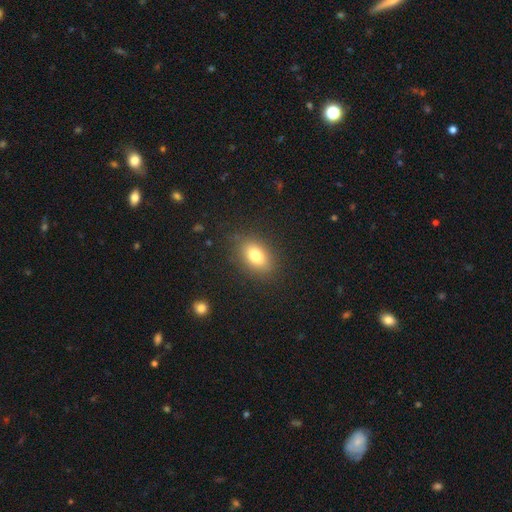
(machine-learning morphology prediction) A smooth galaxy with no disk features (79%) that is in between round and cigar-shaped (83%).

Vote fractions:
- Smooth or featured? smooth: 79% / featured or disk: 11% / star or artifact: 10%
- How rounded? in between: 83% / round: 15% / cigar-shaped: 2%
- Merging? none: 85% / minor disturbance: 10% / major disturbance: 4% / merger: 1%